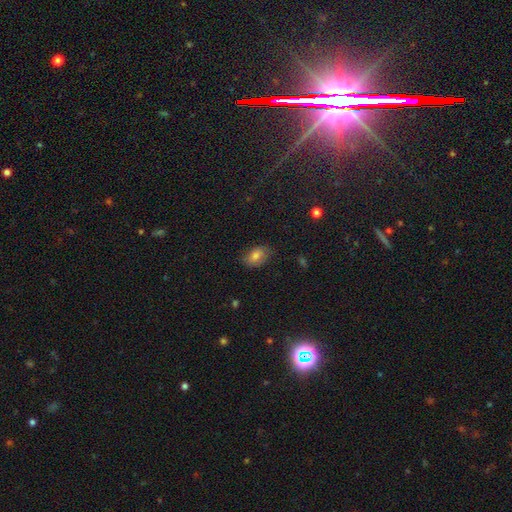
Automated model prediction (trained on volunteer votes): This is likely a smooth galaxy (74%). How rounded: clearly in between (87%). Merging: likely none (73%).